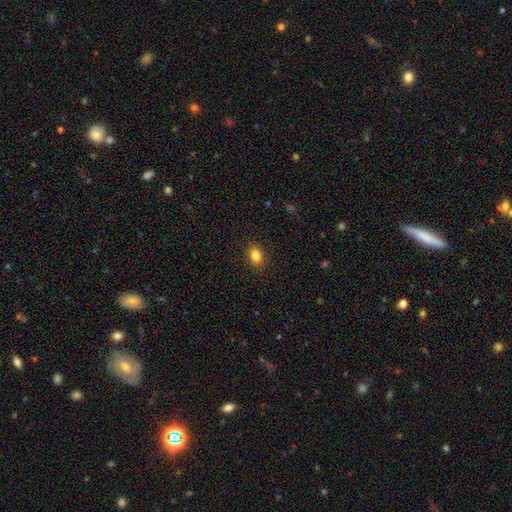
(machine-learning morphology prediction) Smooth or featured? Predicted: smooth (p=0.83). How rounded? Predicted: in between (p=0.65). Merging? Predicted: none (p=0.89).